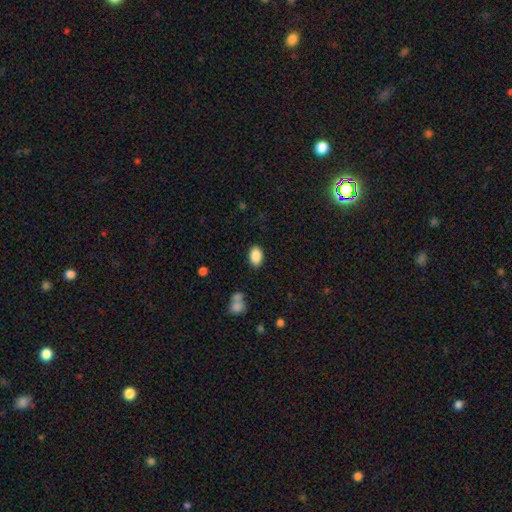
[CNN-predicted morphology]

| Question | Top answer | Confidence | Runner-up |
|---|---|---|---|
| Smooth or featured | smooth | 88% | star or artifact (8%) |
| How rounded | in between | 86% | round (13%) |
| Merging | none | 86% | minor disturbance (10%) |